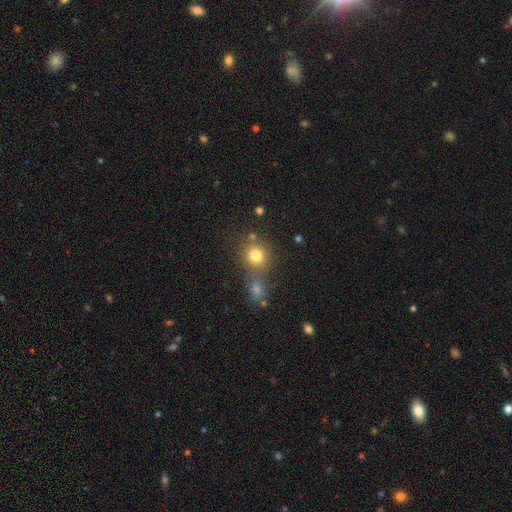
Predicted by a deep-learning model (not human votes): A smooth galaxy with no disk features (77%) that is round (86%). Merging: none (56%).